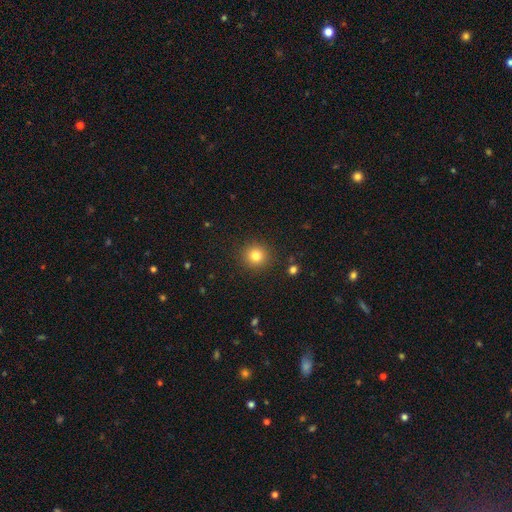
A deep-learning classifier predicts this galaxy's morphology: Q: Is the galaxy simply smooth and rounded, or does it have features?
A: smooth — 82%.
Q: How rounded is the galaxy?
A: round — 93%.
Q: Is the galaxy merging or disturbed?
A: none — 91%.